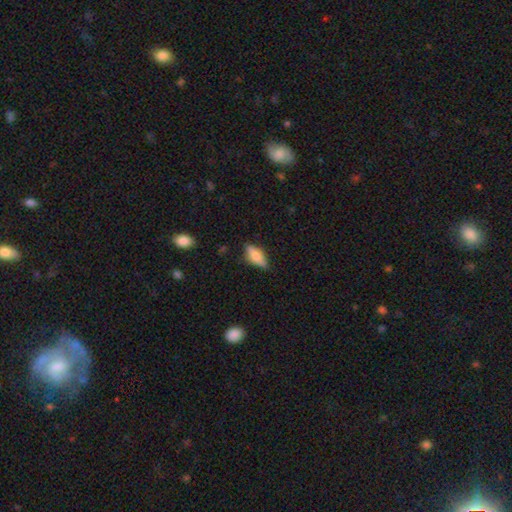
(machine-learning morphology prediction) Smooth or featured? Predicted: smooth (p=0.64). How rounded? Predicted: in between (p=0.76). Merging? Predicted: none (p=0.72).